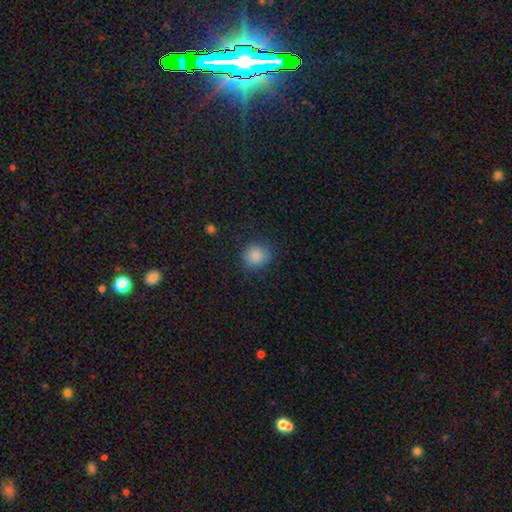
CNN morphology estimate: type=smooth (87%); roundness=round (86%); merging=none (83%).